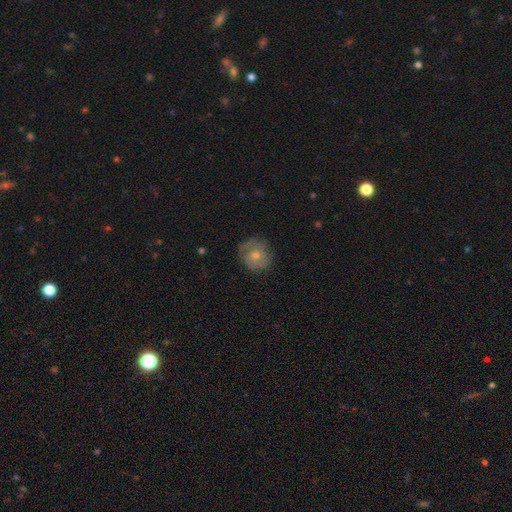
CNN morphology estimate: type=smooth (61%); roundness=round (84%); merging=none (67%).